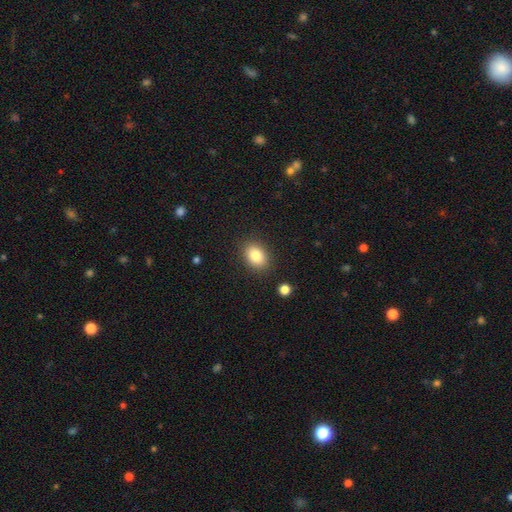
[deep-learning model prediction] A smooth galaxy with no disk features (83%) that is in between round and cigar-shaped (71%). Merging: none (87%).